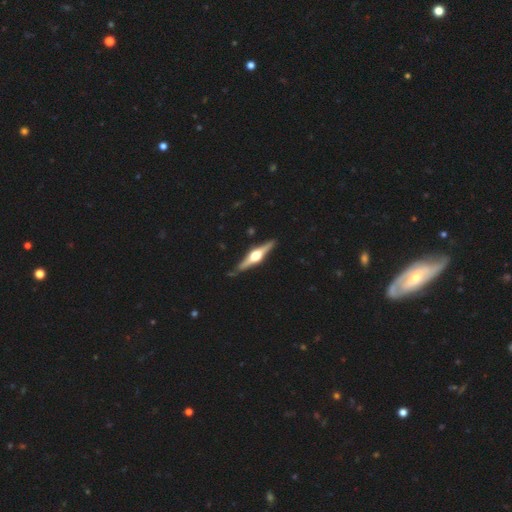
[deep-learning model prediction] Smooth or featured? featured or disk (82%)
Edge-on disk? yes (98%)
Edge-on bulge? rounded (95%)
Merging? none (88%)